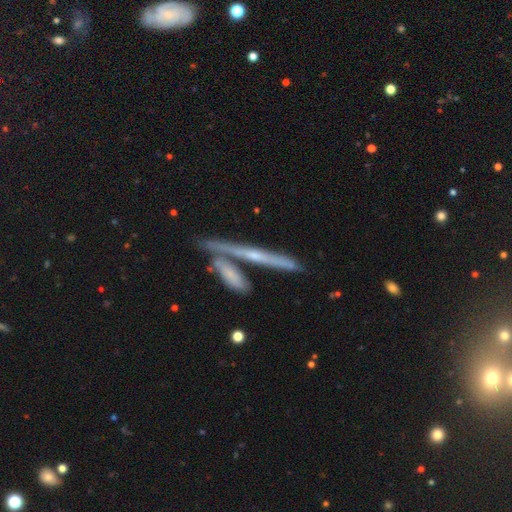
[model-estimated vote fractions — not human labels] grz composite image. It shows a featured or disk galaxy (65%) viewed edge-on (89%) with no central bulge (48%). Merging: none (57%).